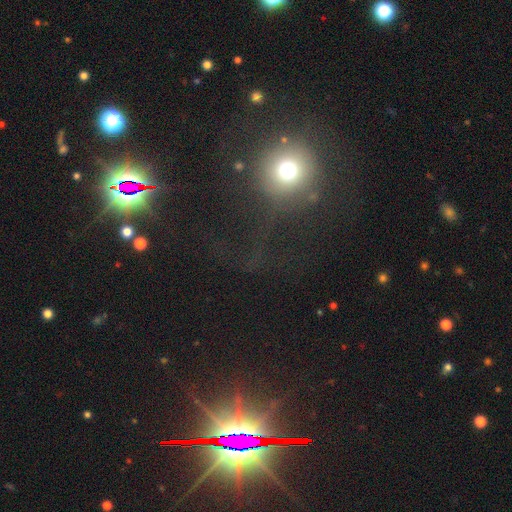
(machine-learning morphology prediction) This is possibly a star or artifact rather than a galaxy (48%).